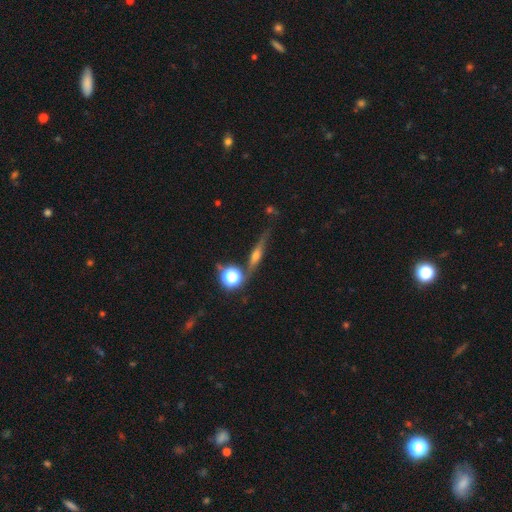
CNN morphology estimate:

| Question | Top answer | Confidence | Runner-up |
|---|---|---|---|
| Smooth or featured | featured or disk | 61% | smooth (24%) |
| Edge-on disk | yes | 91% | no (9%) |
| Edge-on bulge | rounded | 82% | boxy (9%) |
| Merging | none | 74% | minor disturbance (14%) |